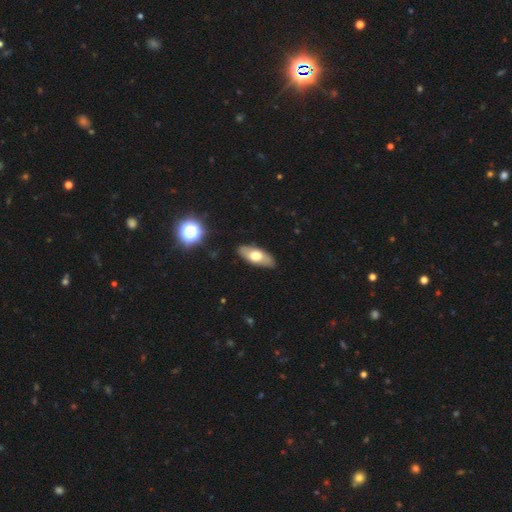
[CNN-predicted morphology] The model was most divided on "smooth or featured": smooth: 61%, featured or disk: 33%, star or artifact: 7%. More confident: merging — none (86%); how rounded — in between (82%).